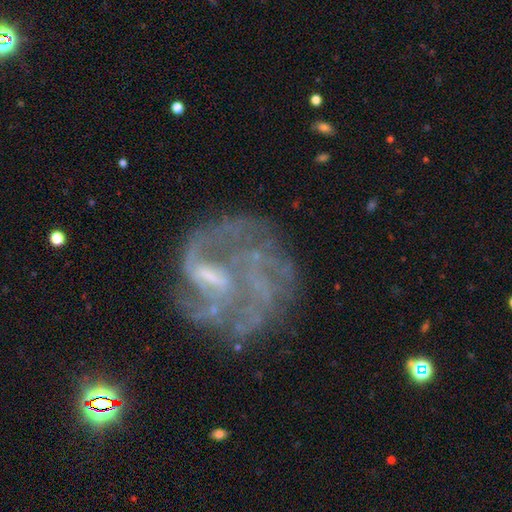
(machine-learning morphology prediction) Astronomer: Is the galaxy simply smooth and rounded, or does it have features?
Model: featured or disk — 81%.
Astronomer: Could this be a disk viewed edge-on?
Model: no — 98%.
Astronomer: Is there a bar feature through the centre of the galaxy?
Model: weak — 43% (runner-up: strong, 29%).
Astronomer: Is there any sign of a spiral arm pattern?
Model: yes — 79%.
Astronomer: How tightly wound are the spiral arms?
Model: medium — 40% (runner-up: loose, 33%).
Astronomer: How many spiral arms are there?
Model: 2 — 31%, tied with can't tell at 31%.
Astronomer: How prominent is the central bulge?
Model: none — 36% (runner-up: small, 34%).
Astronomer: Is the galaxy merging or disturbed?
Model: none — 42% (runner-up: major disturbance, 33%).